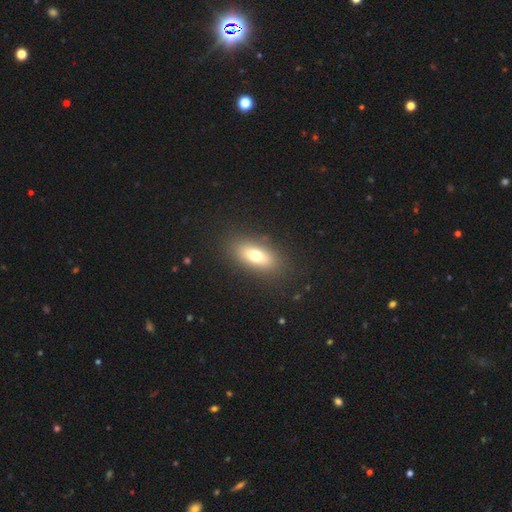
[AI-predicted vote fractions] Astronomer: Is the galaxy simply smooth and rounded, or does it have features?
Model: smooth — 70%.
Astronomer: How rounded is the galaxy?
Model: in between — 80%.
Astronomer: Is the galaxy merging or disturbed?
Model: none — 85%.